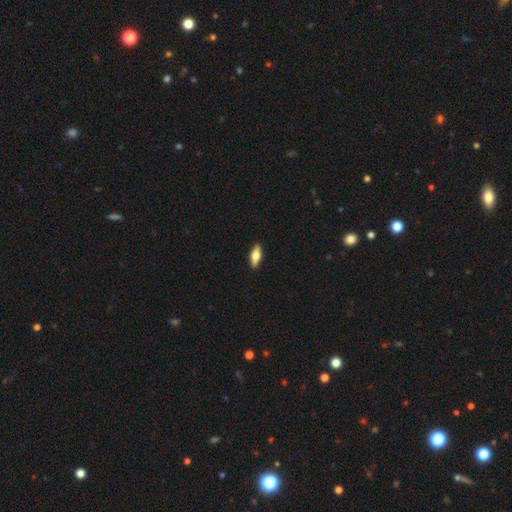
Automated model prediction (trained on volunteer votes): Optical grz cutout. It shows a smooth galaxy with no disk features (58%) that is in between round and cigar-shaped (63%). Merging: none (91%).